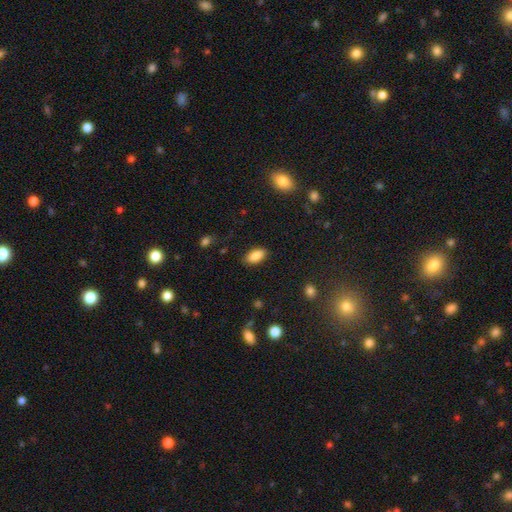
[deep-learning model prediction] This is clearly a smooth galaxy (88%). How rounded: clearly in between (93%). Merging: clearly none (87%).